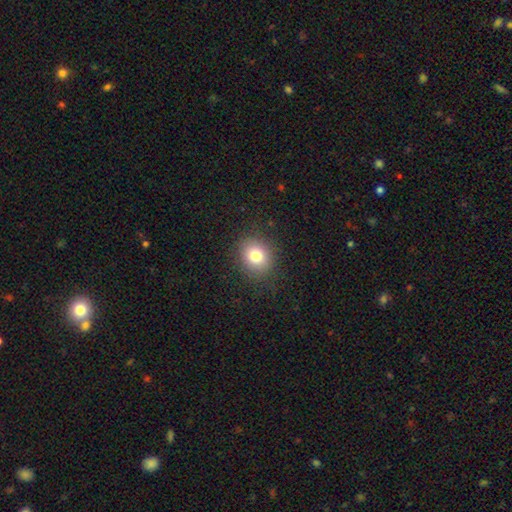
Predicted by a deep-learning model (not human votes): Morphology: type=smooth (79%); roundness=round (73%); merging=none (88%).